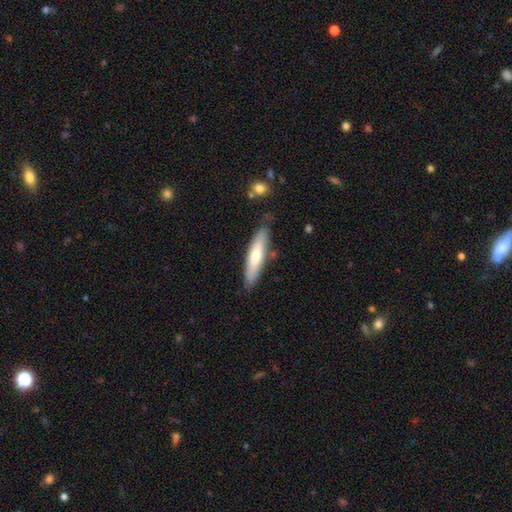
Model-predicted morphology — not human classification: smooth 64%, featured or disk 31%, star or artifact 5%. Down the decision tree: how rounded — cigar-shaped (78%); merging — none (80%).